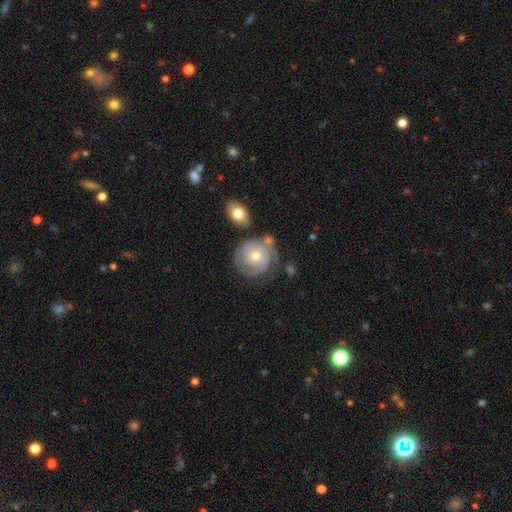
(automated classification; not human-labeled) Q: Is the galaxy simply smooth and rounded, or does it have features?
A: featured or disk — 60%.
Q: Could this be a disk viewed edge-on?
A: no — 97%.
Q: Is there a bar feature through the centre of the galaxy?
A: no — 83%.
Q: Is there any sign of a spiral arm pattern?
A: yes — 81%.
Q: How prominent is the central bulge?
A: moderate — 58%.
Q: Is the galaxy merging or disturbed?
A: none — 55%.